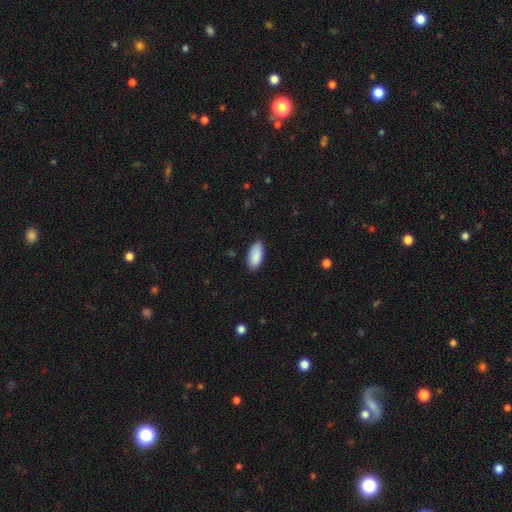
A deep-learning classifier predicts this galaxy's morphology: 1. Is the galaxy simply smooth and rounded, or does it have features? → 90% smooth, 6% star or artifact, 4% featured or disk.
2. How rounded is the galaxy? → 91% in between, 8% cigar-shaped, 2% round.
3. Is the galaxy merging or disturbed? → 84% none, 13% minor disturbance, 2% major disturbance, 1% merger.